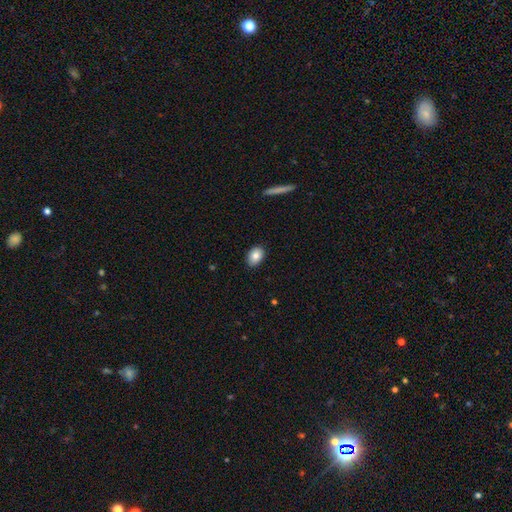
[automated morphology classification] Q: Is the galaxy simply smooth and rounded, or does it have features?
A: smooth — 83%.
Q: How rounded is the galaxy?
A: in between — 83%.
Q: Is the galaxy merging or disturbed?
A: none — 89%.